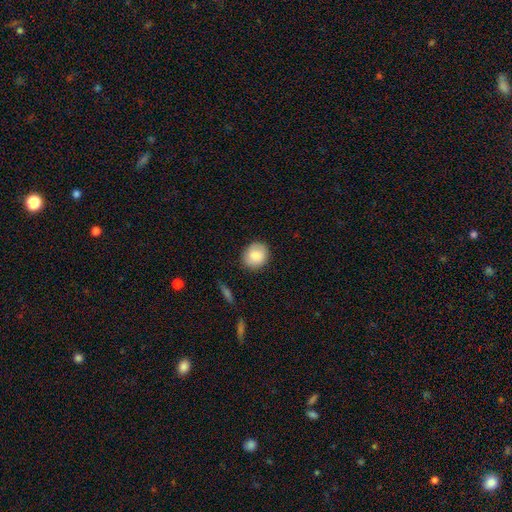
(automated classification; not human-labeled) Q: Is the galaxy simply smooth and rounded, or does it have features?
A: smooth — 85%.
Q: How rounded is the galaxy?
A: round — 69%.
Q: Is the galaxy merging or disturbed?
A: none — 85%.